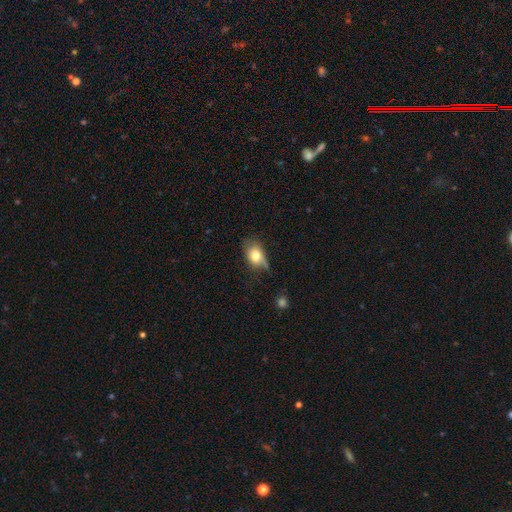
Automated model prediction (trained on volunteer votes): Overall: smooth (77%). How rounded: in between (71%). Merging: none (47%; minor disturbance 35%).